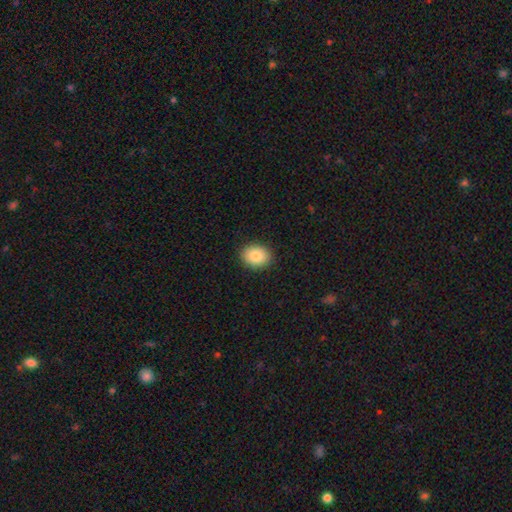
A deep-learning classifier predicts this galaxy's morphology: Smooth or featured: smooth — 86% (star or artifact — 8%)
How rounded: in between — 53% (round — 46%)
Merging: none — 91% (minor disturbance — 7%)